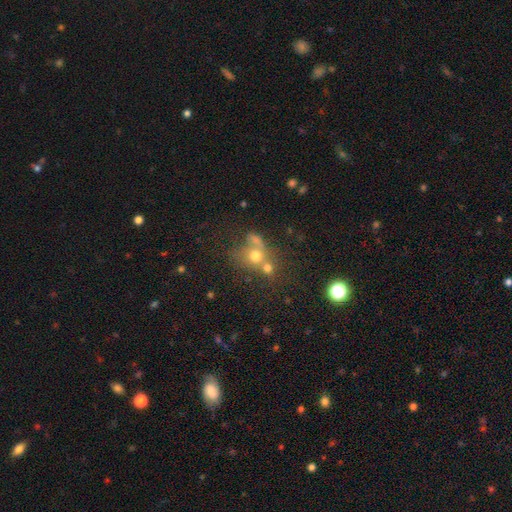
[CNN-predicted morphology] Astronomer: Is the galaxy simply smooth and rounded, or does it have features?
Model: smooth — 63%.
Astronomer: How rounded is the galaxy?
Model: round — 76%.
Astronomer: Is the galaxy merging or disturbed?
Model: merger — 51% (runner-up: none, 32%).